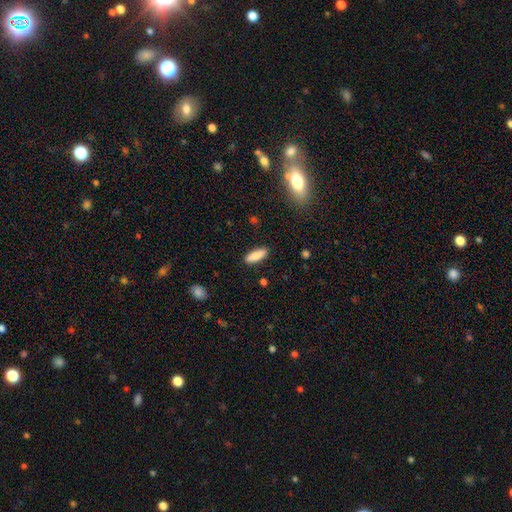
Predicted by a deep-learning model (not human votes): Smooth or featured? Predicted: smooth (p=0.87). How rounded? Predicted: in between (p=0.52). Merging? Predicted: none (p=0.88).